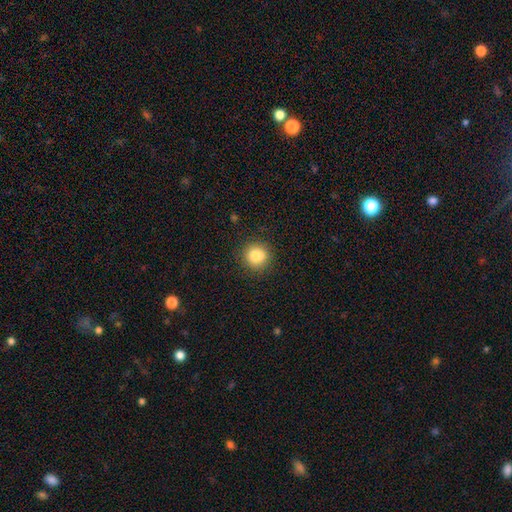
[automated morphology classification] smooth_or_featured: smooth (p=0.84) [alt: star or artifact p=0.10]
how_rounded: round (p=0.90) [alt: in between p=0.09]
merging: none (p=0.88) [alt: minor disturbance p=0.08]